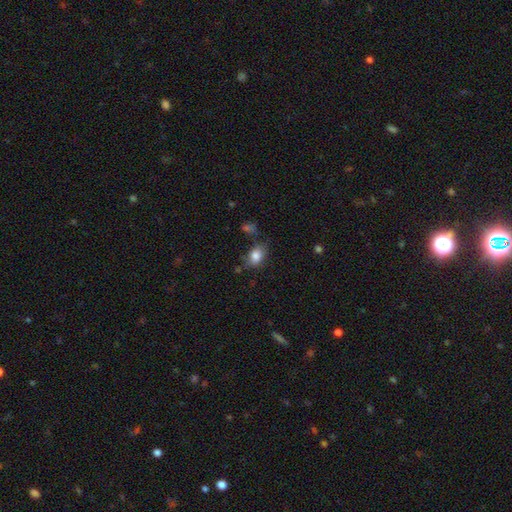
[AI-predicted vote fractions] A smooth galaxy with no disk features (83%) that is in between round and cigar-shaped (76%).

Vote fractions:
- Smooth or featured? smooth: 83% / star or artifact: 9% / featured or disk: 8%
- How rounded? in between: 76% / round: 22% / cigar-shaped: 2%
- Merging? none: 63% / minor disturbance: 23% / major disturbance: 7% / merger: 6%